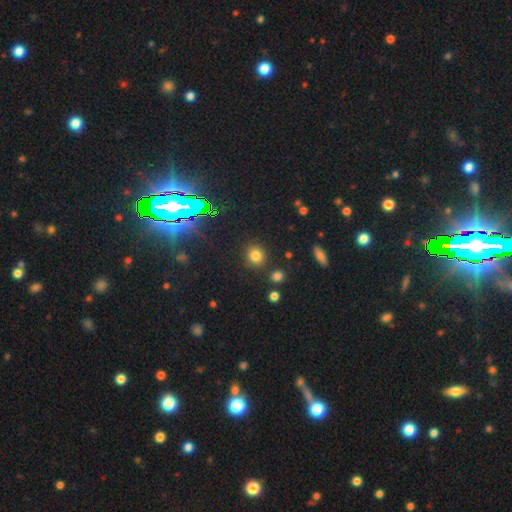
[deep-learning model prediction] A smooth galaxy with no disk features (77%) that is round (83%).

Vote fractions:
- Smooth or featured? smooth: 77% / star or artifact: 17% / featured or disk: 7%
- How rounded? round: 83% / in between: 15% / cigar-shaped: 1%
- Merging? none: 84% / minor disturbance: 8% / merger: 4% / major disturbance: 3%